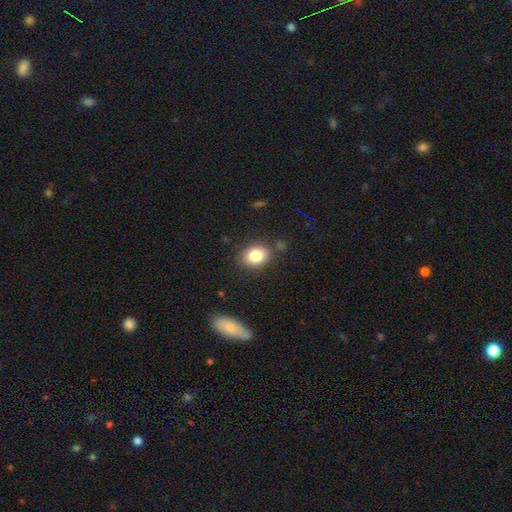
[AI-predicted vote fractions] smooth 83%, star or artifact 9%, featured or disk 8%. Down the decision tree: how rounded — in between (58%); merging — none (81%).